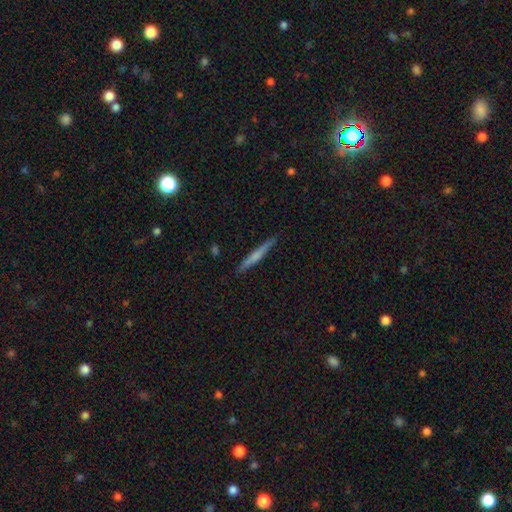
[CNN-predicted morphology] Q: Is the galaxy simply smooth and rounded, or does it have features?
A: smooth — 53%.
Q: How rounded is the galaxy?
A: cigar-shaped — 95%.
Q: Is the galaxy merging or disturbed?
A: none — 89%.